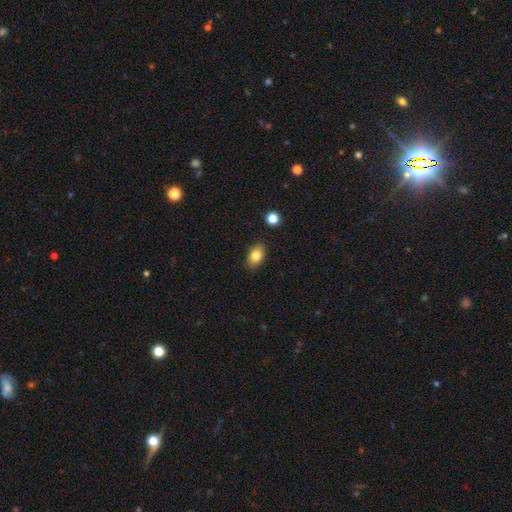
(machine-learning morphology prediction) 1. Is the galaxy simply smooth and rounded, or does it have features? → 83% smooth, 9% featured or disk, 9% star or artifact.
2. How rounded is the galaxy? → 83% in between, 15% round, 2% cigar-shaped.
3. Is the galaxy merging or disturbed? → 85% none, 10% minor disturbance, 2% major disturbance, 2% merger.